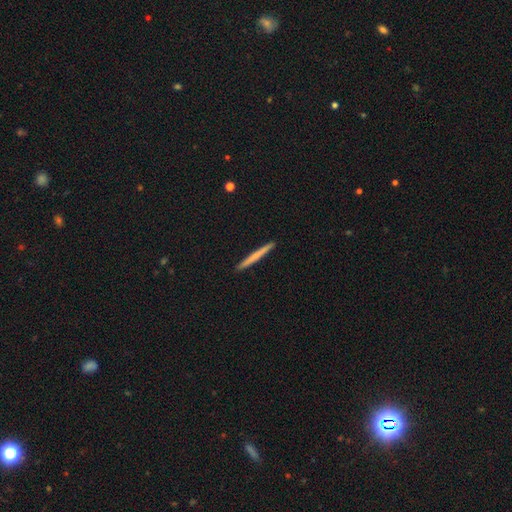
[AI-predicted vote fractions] This is likely a smooth galaxy (63%). How rounded: clearly cigar-shaped (97%). Merging: clearly none (93%).